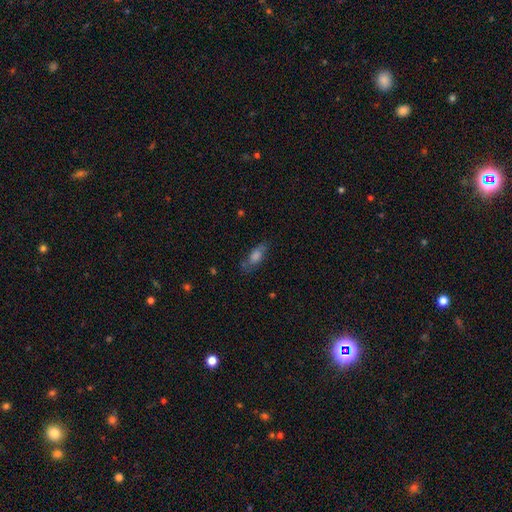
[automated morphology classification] A smooth galaxy with no disk features (58%) that is in between round and cigar-shaped (67%).

Vote fractions:
- Smooth or featured? smooth: 58% / featured or disk: 28% / star or artifact: 14%
- How rounded? in between: 67% / cigar-shaped: 29% / round: 4%
- Merging? none: 70% / minor disturbance: 20% / major disturbance: 8% / merger: 2%